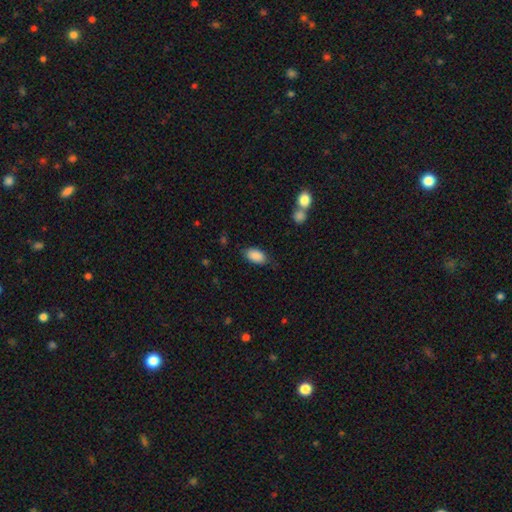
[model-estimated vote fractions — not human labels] smooth 89%, star or artifact 7%, featured or disk 4%. Down the decision tree: how rounded — in between (93%); merging — none (81%).